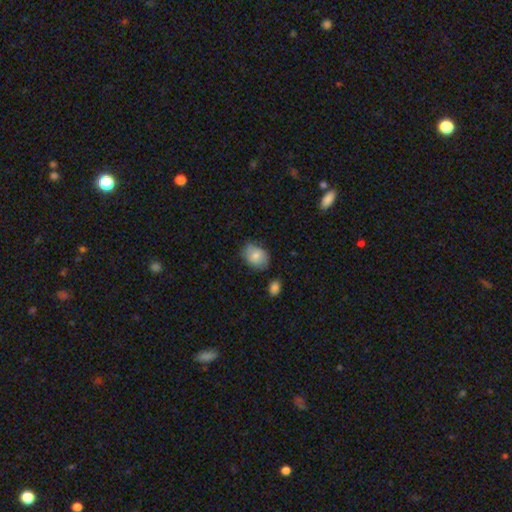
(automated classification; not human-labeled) Smooth or featured? smooth (75%)
How rounded? in between (67%)
Merging? none (68%)